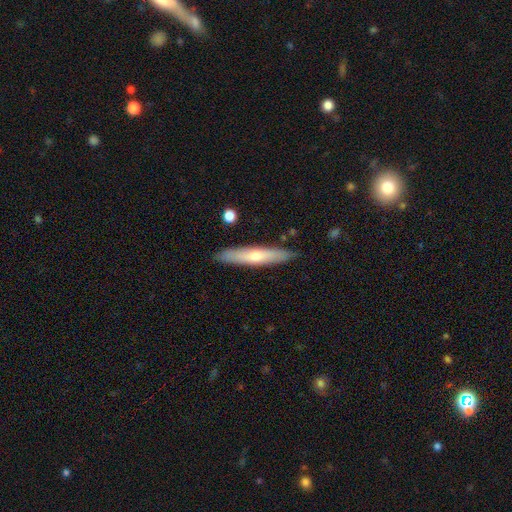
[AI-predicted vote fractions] The model was most divided on "smooth or featured": featured or disk: 52%, smooth: 41%, star or artifact: 7%. More confident: merging — none (87%); edge-on disk — yes (87%).